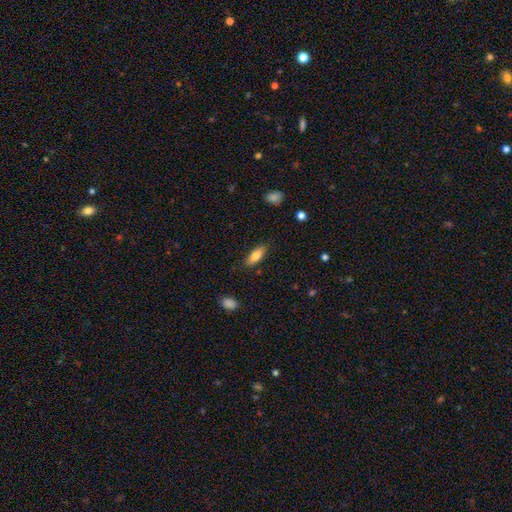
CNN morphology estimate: Smooth or featured? Predicted: smooth (p=0.79). How rounded? Predicted: in between (p=0.74). Merging? Predicted: none (p=0.84).